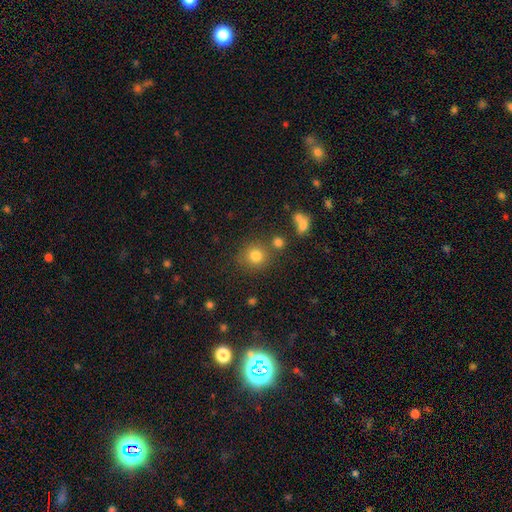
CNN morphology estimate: This is likely a smooth galaxy (79%). How rounded: clearly round (88%). Merging: likely none (77%).